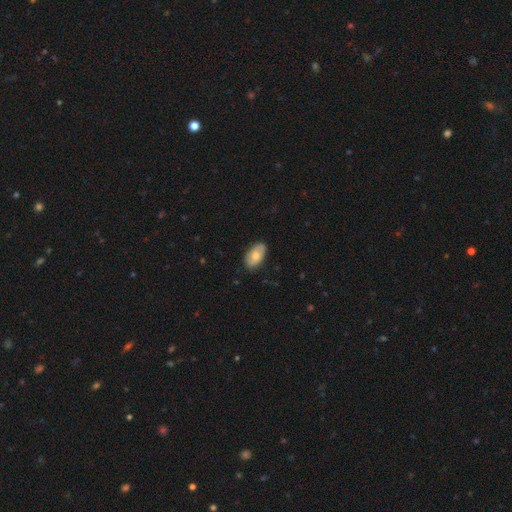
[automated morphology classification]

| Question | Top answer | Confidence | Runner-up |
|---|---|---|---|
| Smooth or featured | smooth | 71% | featured or disk (23%) |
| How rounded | in between | 94% | round (4%) |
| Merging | none | 84% | minor disturbance (13%) |